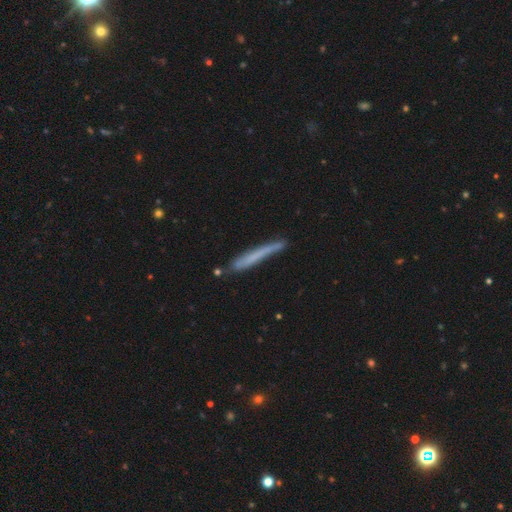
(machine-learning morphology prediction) smooth_or_featured: smooth (p=0.57) [alt: featured or disk p=0.36]
how_rounded: cigar-shaped (p=0.96) [alt: in between p=0.02]
merging: none (p=0.73) [alt: minor disturbance p=0.19]